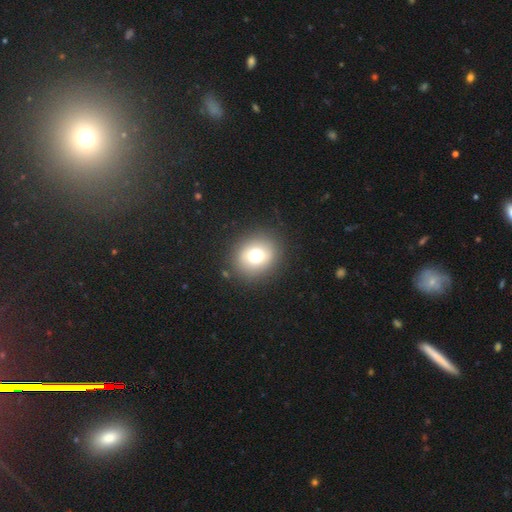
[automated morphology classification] Smooth or featured?
  - smooth: 72% *
  - featured or disk: 14%
  - star or artifact: 14%
How rounded?
  - round: 77% *
  - in between: 22%
  - cigar-shaped: 1%
Merging?
  - none: 87% *
  - minor disturbance: 8%
  - major disturbance: 3%
  - merger: 1%